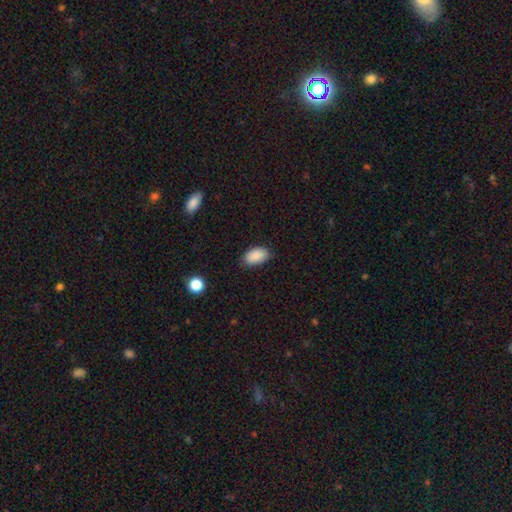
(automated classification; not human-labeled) Morphology: type=smooth (89%); roundness=in between (93%); merging=none (83%).